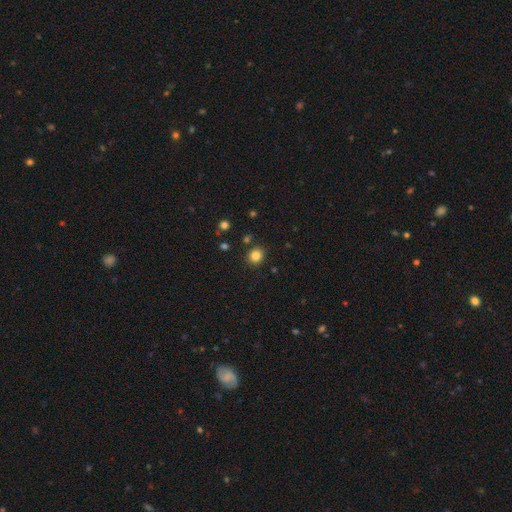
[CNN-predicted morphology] smooth_or_featured: smooth (p=0.83) [alt: star or artifact p=0.12]
how_rounded: round (p=0.84) [alt: in between p=0.15]
merging: none (p=0.87) [alt: minor disturbance p=0.08]